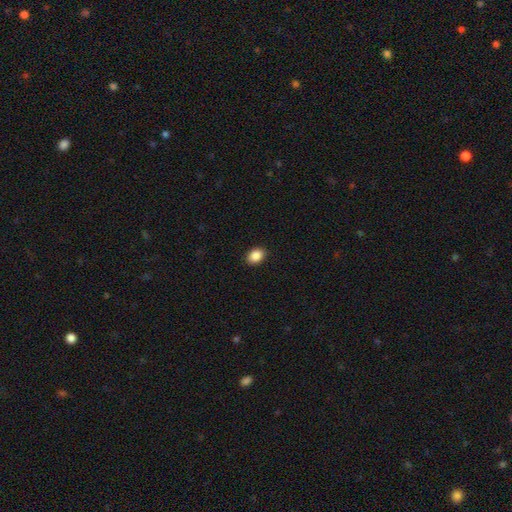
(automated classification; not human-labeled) smooth-or-featured: smooth: 88% | star or artifact: 8% | featured or disk: 3%
  how-rounded: in between: 71% | round: 28% | cigar-shaped: 1%
  merging: none: 90% | minor disturbance: 7% | major disturbance: 2% | merger: 1%